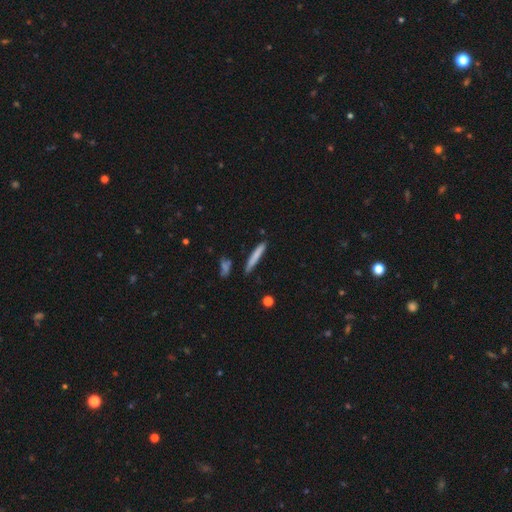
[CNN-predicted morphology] This appears to be a smooth galaxy with no disk features (76%) that is cigar-shaped (94%). Merging: none (81%).